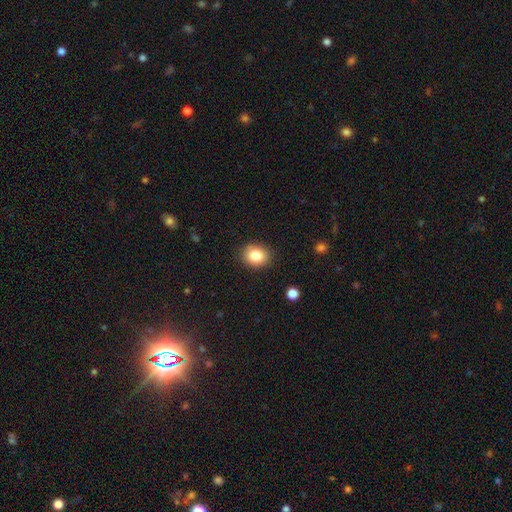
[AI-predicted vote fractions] Morphology: type=smooth (84%); roundness=round (59%); merging=none (88%).